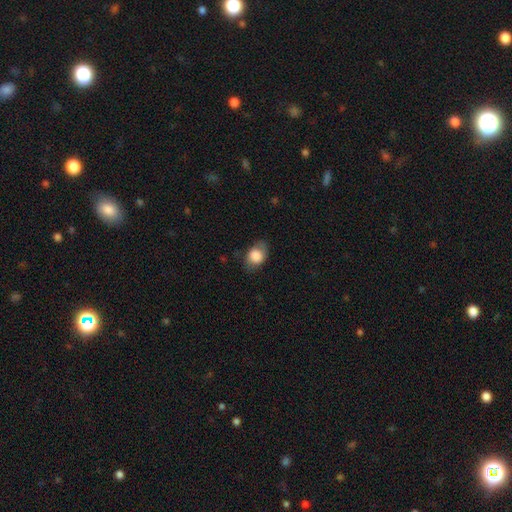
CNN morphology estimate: smooth-or-featured: smooth: 78% | featured or disk: 15% | star or artifact: 7%
  how-rounded: in between: 70% | round: 28% | cigar-shaped: 1%
  merging: none: 71% | minor disturbance: 21% | major disturbance: 7% | merger: 1%